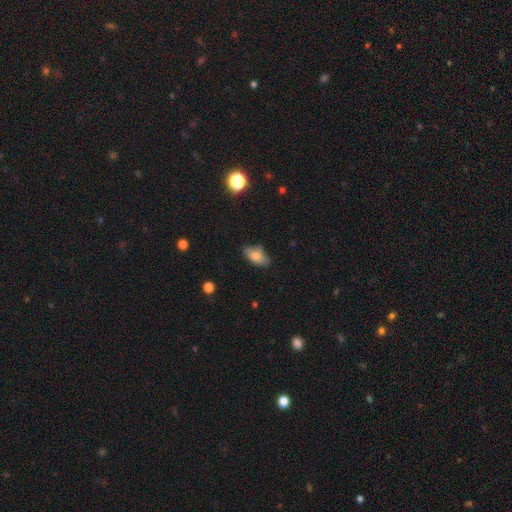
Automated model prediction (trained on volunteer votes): smooth 73%, featured or disk 18%, star or artifact 9%. Down the decision tree: how rounded — in between (88%); merging — none (74%).